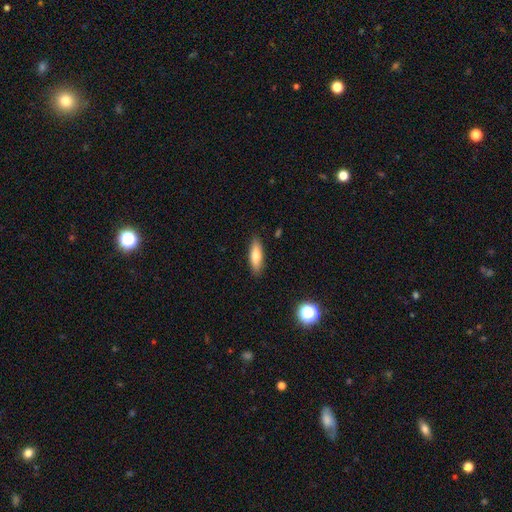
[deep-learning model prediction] smooth-or-featured: smooth: 74% | featured or disk: 18% | star or artifact: 7%
  how-rounded: in between: 52% | cigar-shaped: 46% | round: 2%
  merging: none: 88% | minor disturbance: 9% | major disturbance: 2% | merger: 1%